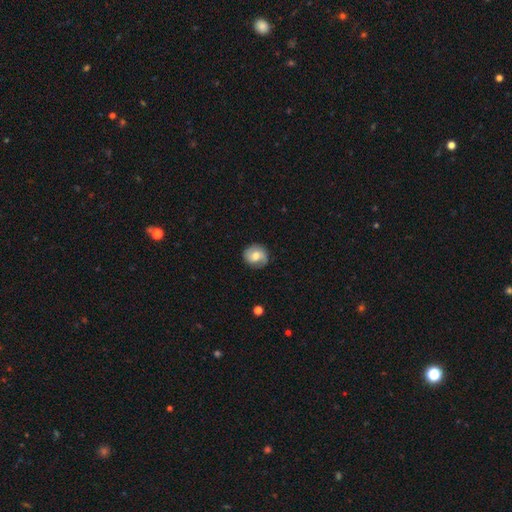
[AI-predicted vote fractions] Q: Smooth or featured?
A: smooth (48%); runner-up: featured or disk (44%)
Q: Merging?
A: none (78%); runner-up: minor disturbance (16%)